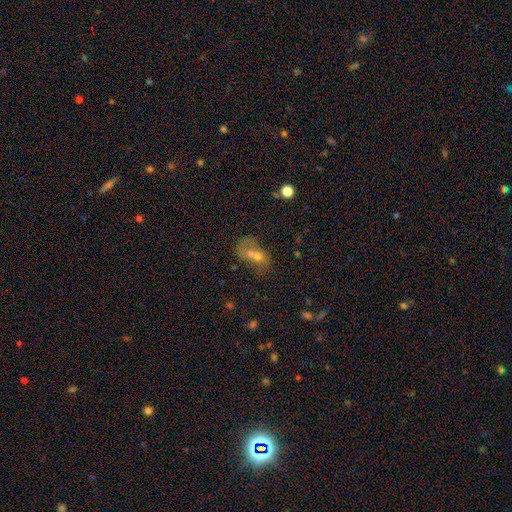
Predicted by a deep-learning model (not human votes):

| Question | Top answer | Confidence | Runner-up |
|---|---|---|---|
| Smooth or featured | smooth | 49% | featured or disk (32%) |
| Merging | merger | 63% | none (19%) |